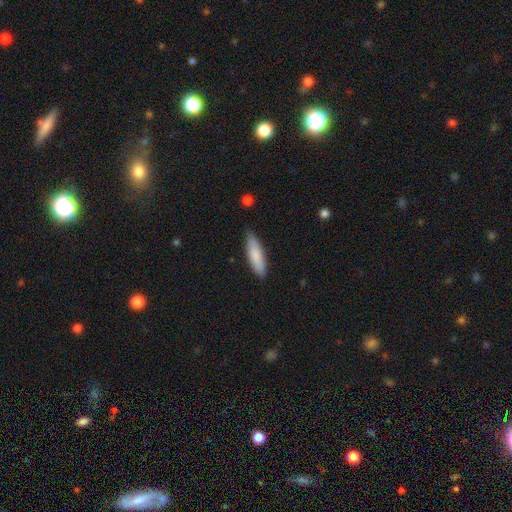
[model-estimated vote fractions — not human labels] Smooth or featured? Predicted: smooth (p=0.83). How rounded? Predicted: cigar-shaped (p=0.59). Merging? Predicted: none (p=0.82).